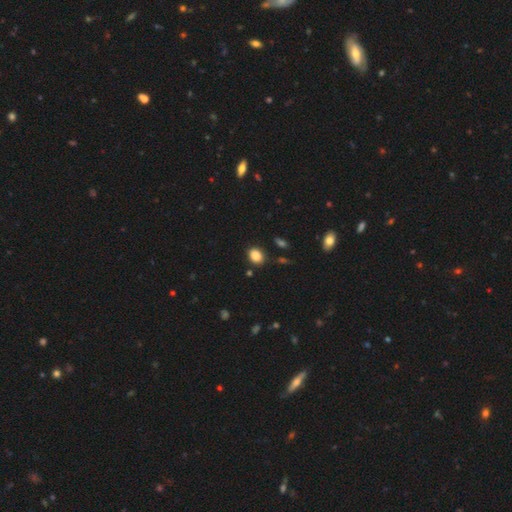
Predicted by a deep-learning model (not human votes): Morphology: type=smooth (86%); roundness=in between (63%); merging=none (84%).